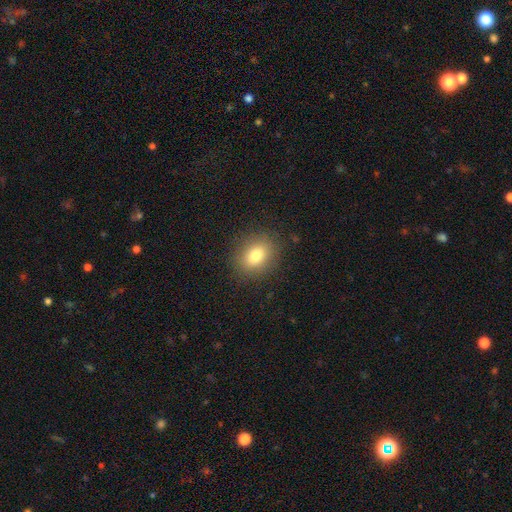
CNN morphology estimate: The model was most divided on "how rounded": in between: 55%, round: 44%, cigar-shaped: 1%. More confident: merging — none (87%); smooth or featured — smooth (79%).